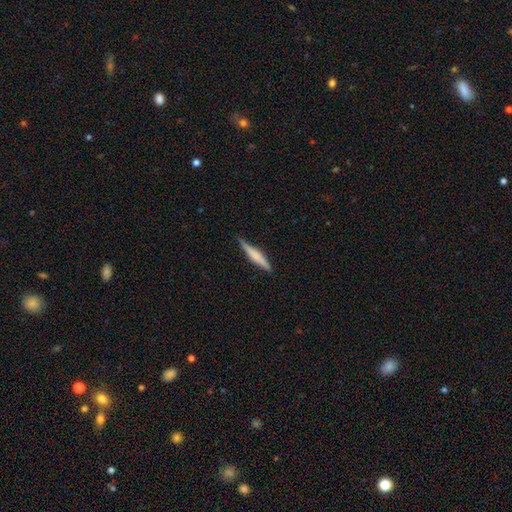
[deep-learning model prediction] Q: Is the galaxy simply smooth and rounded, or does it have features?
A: smooth — 48%.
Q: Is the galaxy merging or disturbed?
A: none — 85%.